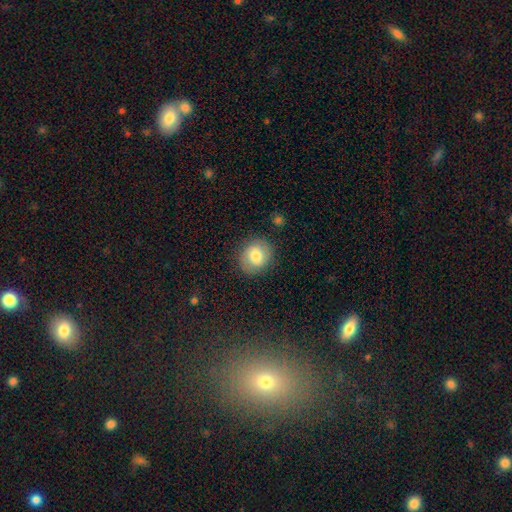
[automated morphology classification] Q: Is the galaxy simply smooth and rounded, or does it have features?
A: smooth — 72%.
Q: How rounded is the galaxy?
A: round — 70%.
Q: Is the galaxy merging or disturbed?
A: none — 84%.